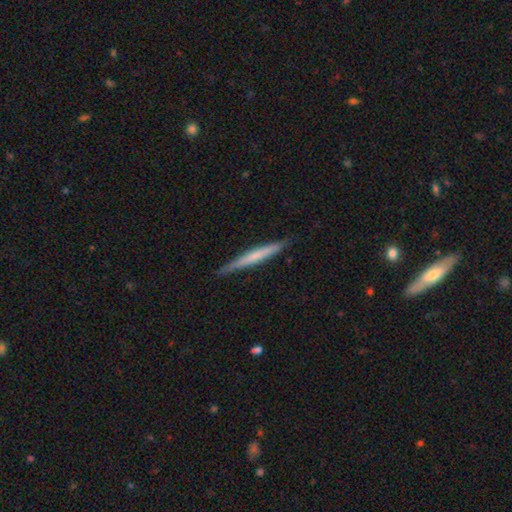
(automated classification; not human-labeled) Smooth or featured? smooth (52%)
How rounded? cigar-shaped (97%)
Merging? none (88%)